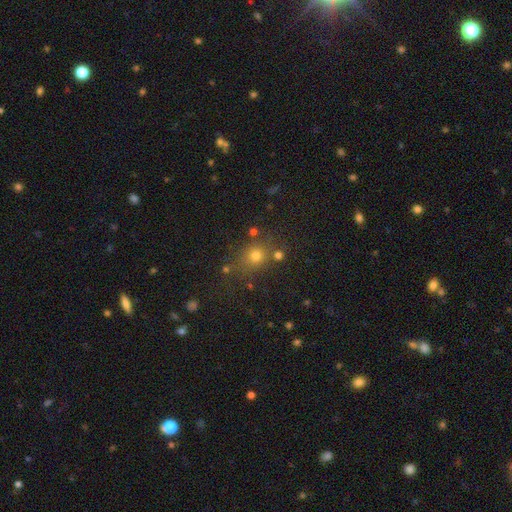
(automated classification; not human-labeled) This is likely a smooth galaxy (70%). How rounded: likely round (76%). Merging: likely none (74%).